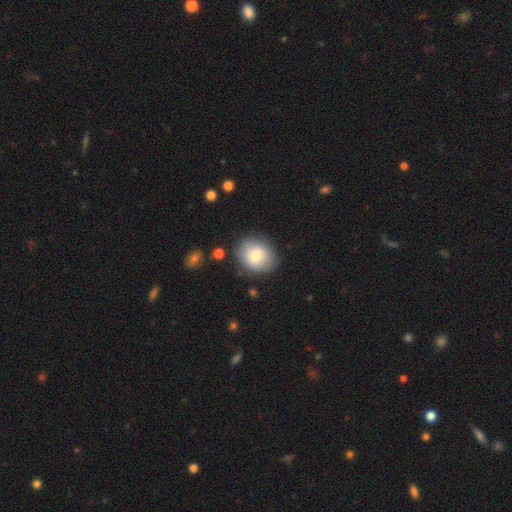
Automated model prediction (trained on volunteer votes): smooth 73%, featured or disk 20%, star or artifact 8%. Down the decision tree: how rounded — round (62%); merging — none (80%).